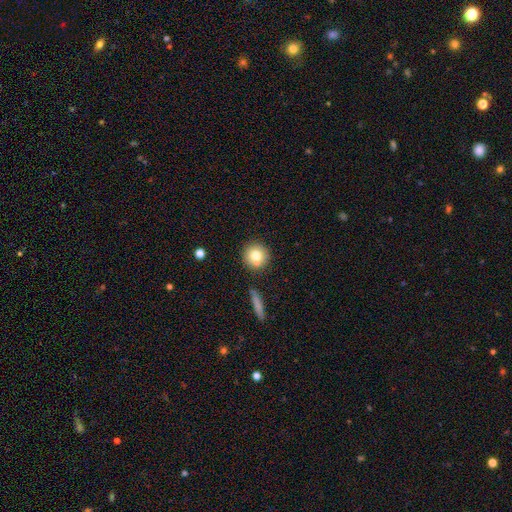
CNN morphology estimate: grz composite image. It shows a smooth galaxy with no disk features (75%) that is round (93%). Merging: none (72%).